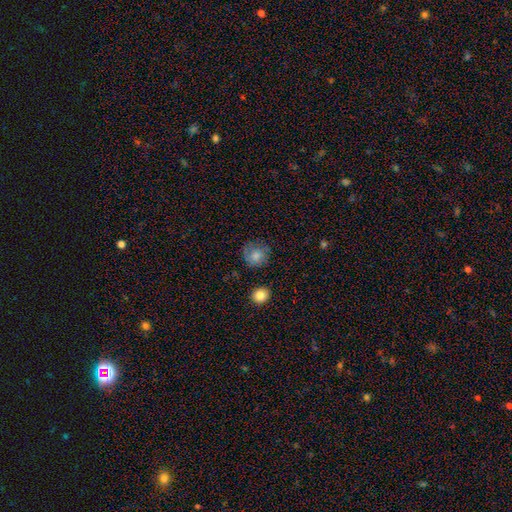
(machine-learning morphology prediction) Q: Smooth or featured?
A: smooth (73%); runner-up: featured or disk (17%)
Q: How rounded?
A: round (84%); runner-up: in between (15%)
Q: Merging?
A: none (68%); runner-up: minor disturbance (21%)